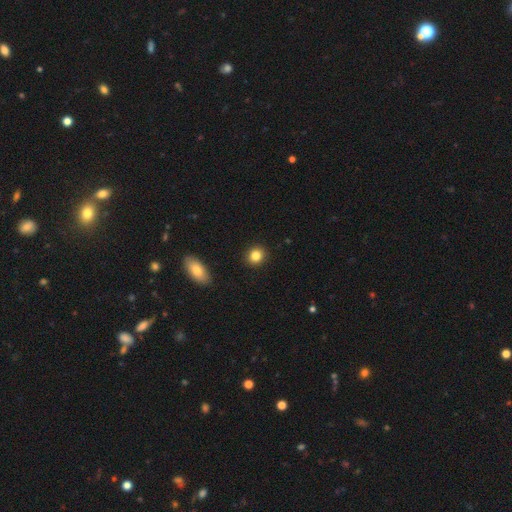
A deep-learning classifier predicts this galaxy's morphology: A smooth galaxy with no disk features (85%) that is round (78%).

Vote fractions:
- Smooth or featured? smooth: 85% / star or artifact: 10% / featured or disk: 6%
- How rounded? round: 78% / in between: 21% / cigar-shaped: 1%
- Merging? none: 91% / minor disturbance: 6% / major disturbance: 2% / merger: 1%